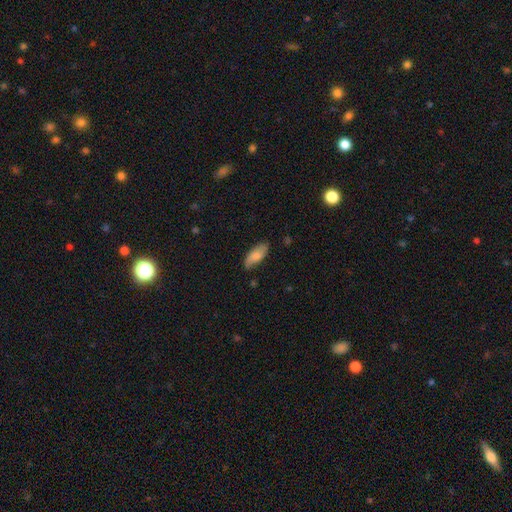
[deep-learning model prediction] Smooth or featured? smooth (75%)
How rounded? in between (80%)
Merging? none (79%)